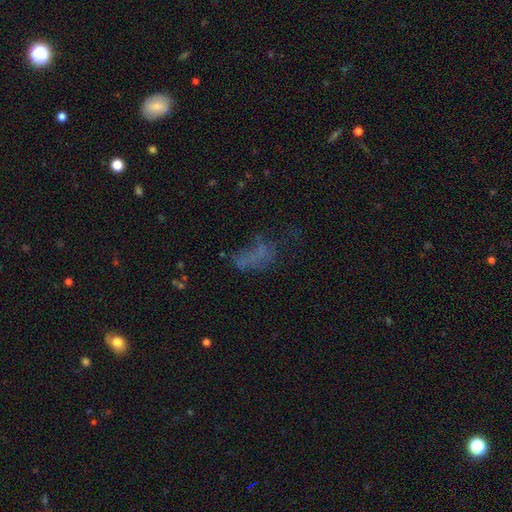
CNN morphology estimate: This appears to be a smooth galaxy with no disk features (43%). Merging: none (37%).